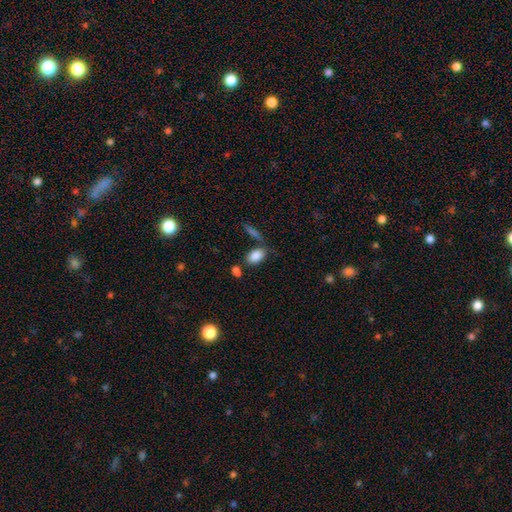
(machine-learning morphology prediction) A smooth galaxy with no disk features (86%) that is in between round and cigar-shaped (90%).

Vote fractions:
- Smooth or featured? smooth: 86% / star or artifact: 8% / featured or disk: 6%
- How rounded? in between: 90% / round: 8% / cigar-shaped: 2%
- Merging? none: 68% / merger: 14% / minor disturbance: 14% / major disturbance: 4%